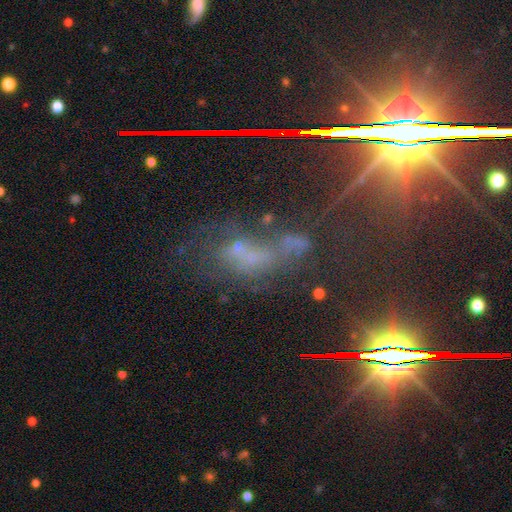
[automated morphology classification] Smooth or featured? Predicted: star or artifact (p=0.58).